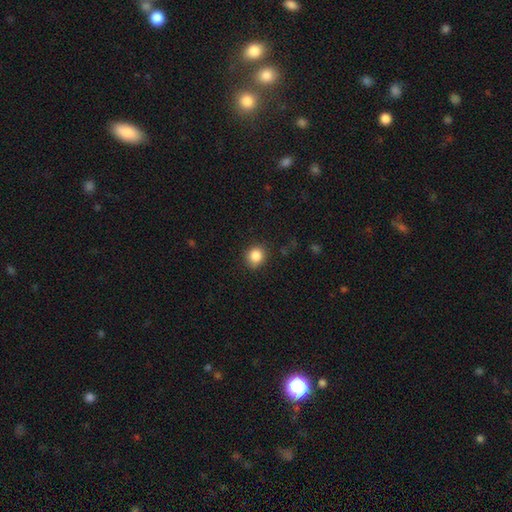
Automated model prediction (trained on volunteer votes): smooth-or-featured: smooth: 86% | star or artifact: 10% | featured or disk: 4%
  how-rounded: round: 81% | in between: 18% | cigar-shaped: 1%
  merging: none: 84% | minor disturbance: 12% | major disturbance: 3% | merger: 1%